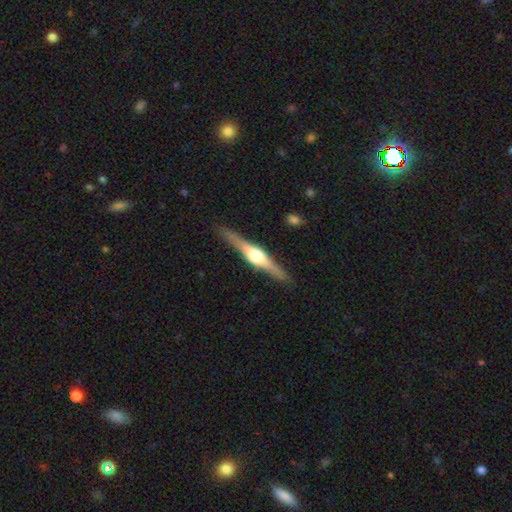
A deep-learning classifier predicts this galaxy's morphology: Smooth or featured?
  - featured or disk: 80% *
  - smooth: 15%
  - star or artifact: 5%
Edge-on disk?
  - yes: 98% *
  - no: 2%
Edge-on bulge?
  - rounded: 87% *
  - boxy: 11%
  - none: 2%
Merging?
  - none: 89% *
  - minor disturbance: 8%
  - major disturbance: 2%
  - merger: 1%